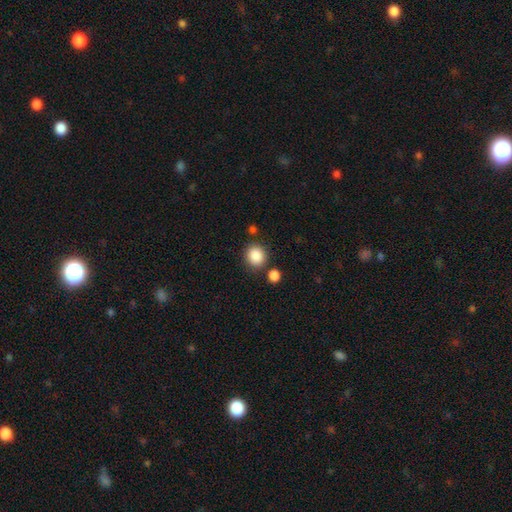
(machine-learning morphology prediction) This appears to be a smooth galaxy with no disk features (88%) that is round (84%). Merging: none (79%).